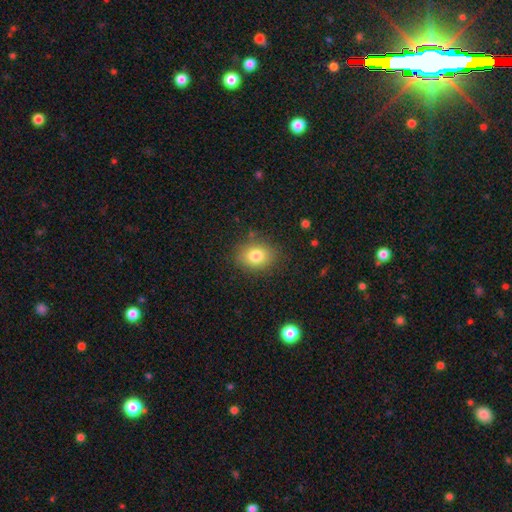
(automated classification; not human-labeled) Overall: smooth (81%). How rounded: in between (59%; round 40%). Merging: none (83%).